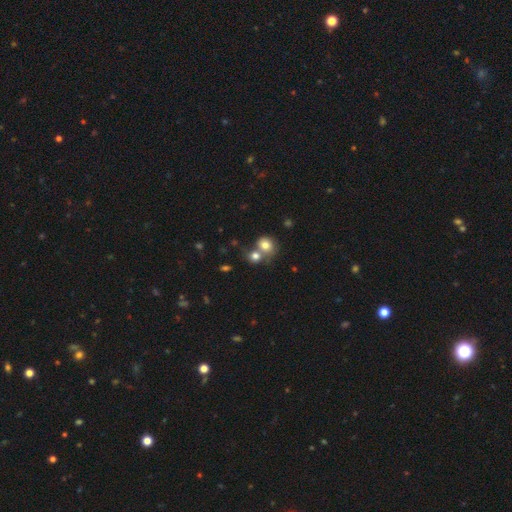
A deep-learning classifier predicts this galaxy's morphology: The model was most divided on "merging": merger: 54%, none: 35%, minor disturbance: 7%, major disturbance: 4%. More confident: smooth or featured — smooth (76%); how rounded — round (75%).